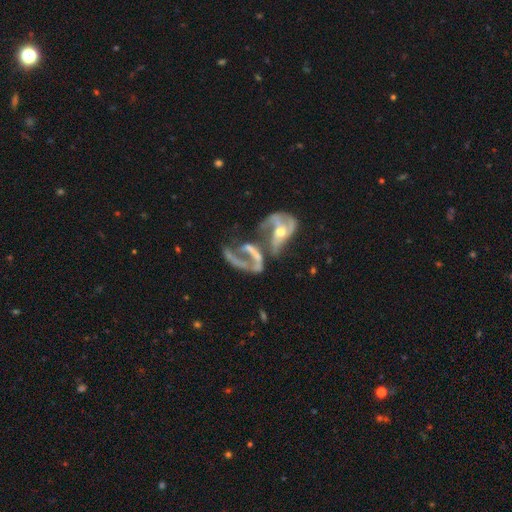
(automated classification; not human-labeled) Smooth or featured? Predicted: featured or disk (p=0.75). Edge-on disk? Predicted: no (p=0.95). Bar? Predicted: no (p=0.56). Spiral arms? Predicted: yes (p=0.64). Bulge size? Predicted: moderate (p=0.41). Merging? Predicted: merger (p=0.56).